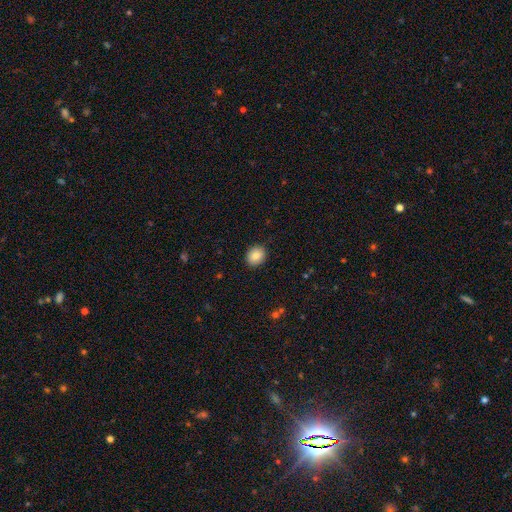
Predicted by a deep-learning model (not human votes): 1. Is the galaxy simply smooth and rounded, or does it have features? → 84% smooth, 8% star or artifact, 7% featured or disk.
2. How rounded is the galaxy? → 66% round, 33% in between, 1% cigar-shaped.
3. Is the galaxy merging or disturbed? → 90% none, 7% minor disturbance, 2% major disturbance, 1% merger.